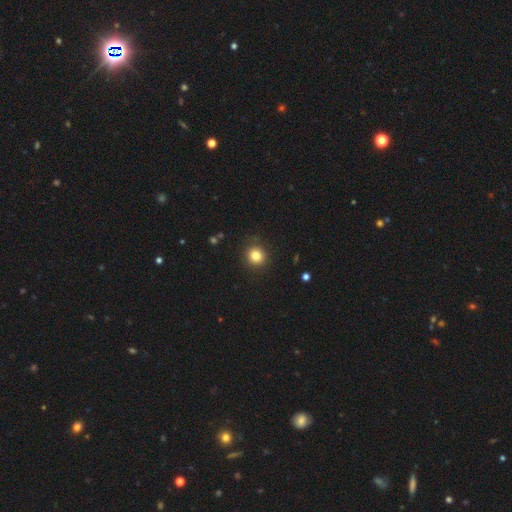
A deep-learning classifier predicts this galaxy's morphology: A smooth galaxy with no disk features (82%) that is round (92%).

Vote fractions:
- Smooth or featured? smooth: 82% / star or artifact: 12% / featured or disk: 6%
- How rounded? round: 92% / in between: 7% / cigar-shaped: 1%
- Merging? none: 89% / minor disturbance: 8% / major disturbance: 2% / merger: 1%